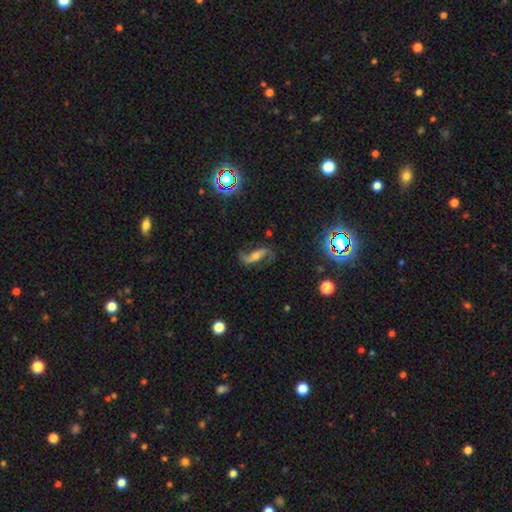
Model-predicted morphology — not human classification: This is clearly a featured or disk galaxy (80%). It is clearly not viewed edge-on (91%). Bar: marginally no (38%). Spiral arm pattern: clearly yes (94%). Spiral arm count: clearly 2 (92%). Spiral winding: likely loose (78%). Central bulge: possibly moderate (48%). Merging: likely none (74%).